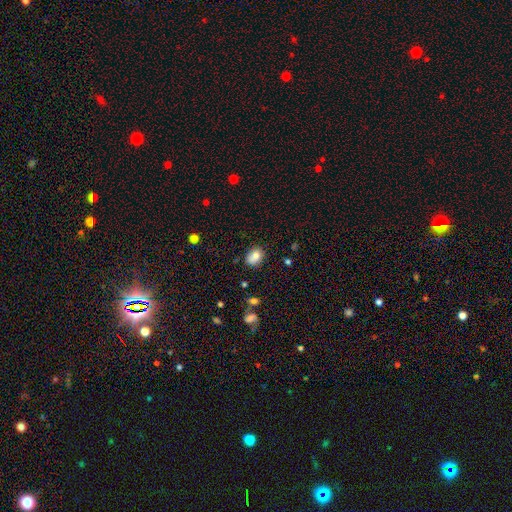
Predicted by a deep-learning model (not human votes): Smooth or featured? Predicted: smooth (p=0.80). How rounded? Predicted: in between (p=0.66). Merging? Predicted: none (p=0.73).